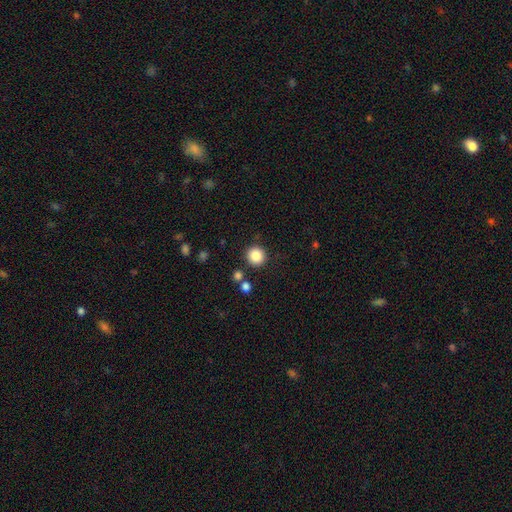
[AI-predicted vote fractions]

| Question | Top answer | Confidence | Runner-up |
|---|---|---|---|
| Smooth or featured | smooth | 86% | star or artifact (10%) |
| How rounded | round | 93% | in between (6%) |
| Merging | none | 87% | minor disturbance (6%) |